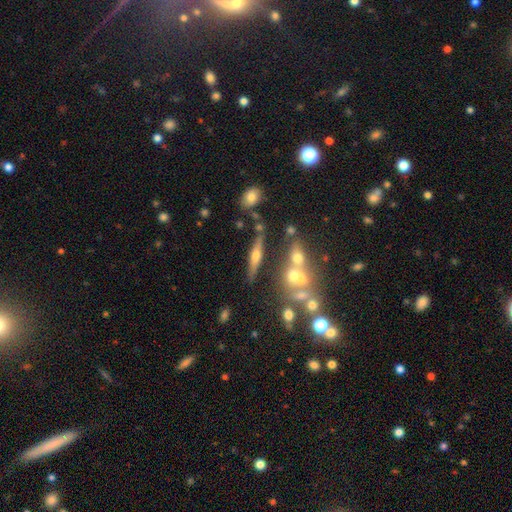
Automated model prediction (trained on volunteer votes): The model was most divided on "smooth or featured": featured or disk: 63%, smooth: 29%, star or artifact: 9%. More confident: edge-on disk — yes (92%); edge-on bulge — rounded (89%); merging — none (72%).